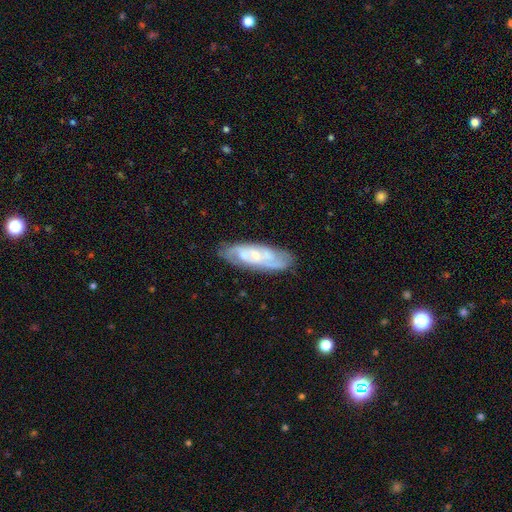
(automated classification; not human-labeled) Q: Smooth or featured?
A: featured or disk (74%); runner-up: smooth (19%)
Q: Edge-on disk?
A: no (85%); runner-up: yes (15%)
Q: Bar?
A: no (56%); runner-up: weak (34%)
Q: Spiral arms?
A: yes (90%); runner-up: no (10%)
Q: Spiral winding?
A: tight (53%); runner-up: medium (37%)
Q: Spiral arm count?
A: 2 (37%); runner-up: can't tell (35%)
Q: Bulge size?
A: small (63%); runner-up: moderate (26%)
Q: Merging?
A: none (77%); runner-up: minor disturbance (16%)